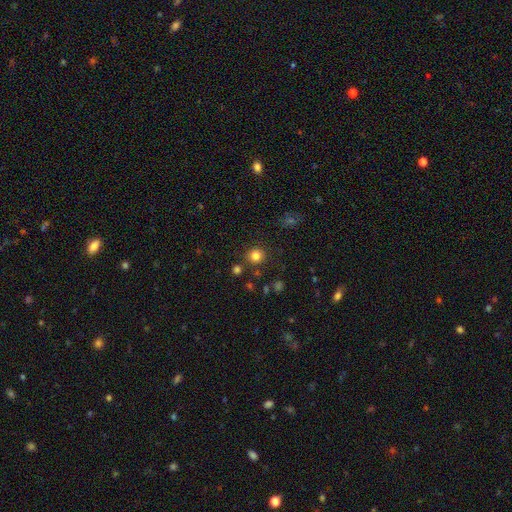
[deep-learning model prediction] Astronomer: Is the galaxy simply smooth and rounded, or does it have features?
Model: smooth — 81%.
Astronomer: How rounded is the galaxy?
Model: round — 91%.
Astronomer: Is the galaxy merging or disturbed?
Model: none — 86%.